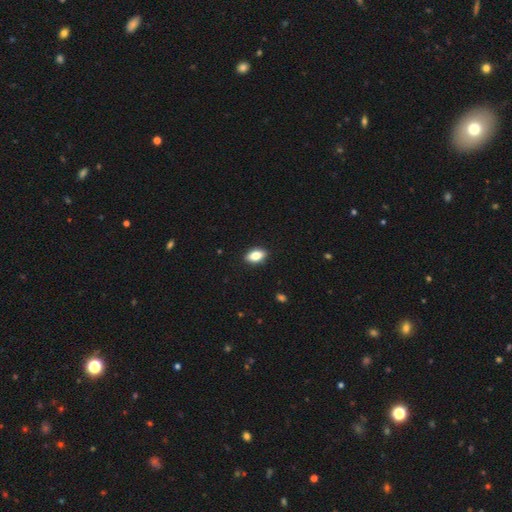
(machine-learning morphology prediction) A smooth galaxy with no disk features (80%) that is in between round and cigar-shaped (88%).

Vote fractions:
- Smooth or featured? smooth: 80% / featured or disk: 12% / star or artifact: 7%
- How rounded? in between: 88% / round: 6% / cigar-shaped: 5%
- Merging? none: 89% / minor disturbance: 8% / major disturbance: 2% / merger: 1%